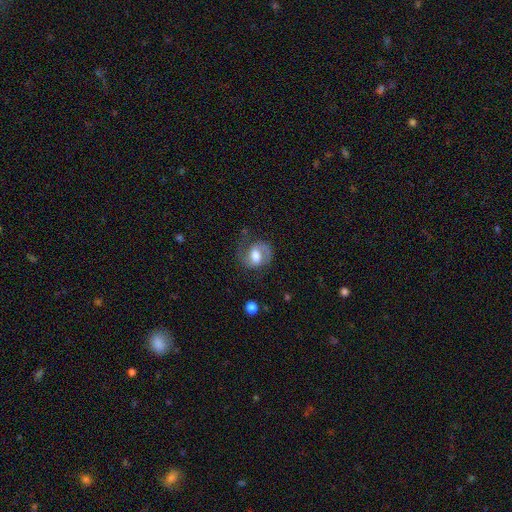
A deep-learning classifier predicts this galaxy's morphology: featured or disk 59%, smooth 33%, star or artifact 8%. Down the decision tree: edge-on disk — no (97%); bar — weak (46%); spiral arms — yes (86%); bulge size — moderate (52%); merging — none (56%).